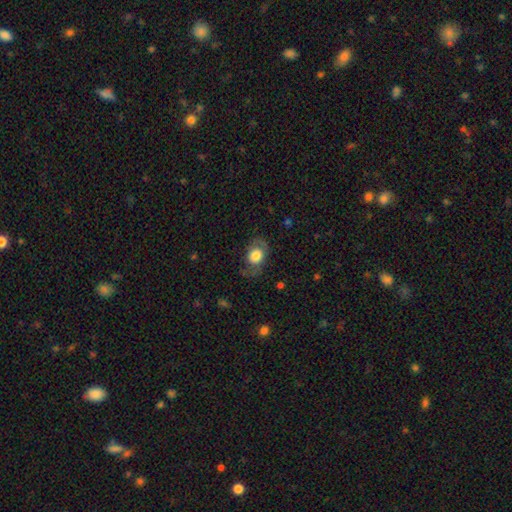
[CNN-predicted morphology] A smooth galaxy with no disk features (63%) that is in between round and cigar-shaped (62%).

Vote fractions:
- Smooth or featured? smooth: 63% / featured or disk: 29% / star or artifact: 8%
- How rounded? in between: 62% / round: 36% / cigar-shaped: 1%
- Merging? none: 66% / minor disturbance: 20% / major disturbance: 13% / merger: 1%